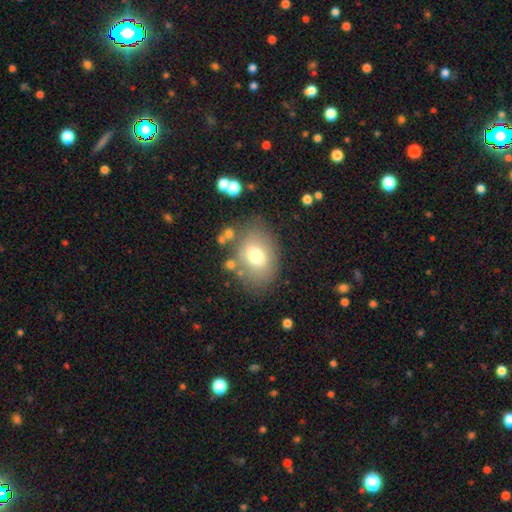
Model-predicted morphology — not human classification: The model was most divided on "how rounded": in between: 67%, round: 32%, cigar-shaped: 1%. More confident: merging — none (72%); smooth or featured — smooth (68%).